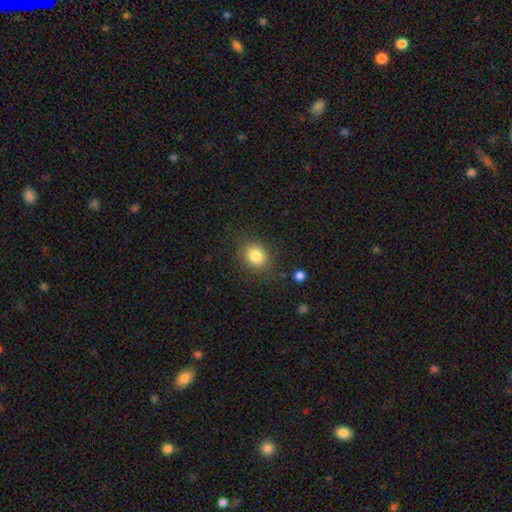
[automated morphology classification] Smooth or featured?
  - smooth: 83% *
  - star or artifact: 10%
  - featured or disk: 7%
How rounded?
  - round: 61% *
  - in between: 38%
  - cigar-shaped: 1%
Merging?
  - none: 84% *
  - minor disturbance: 10%
  - major disturbance: 4%
  - merger: 2%